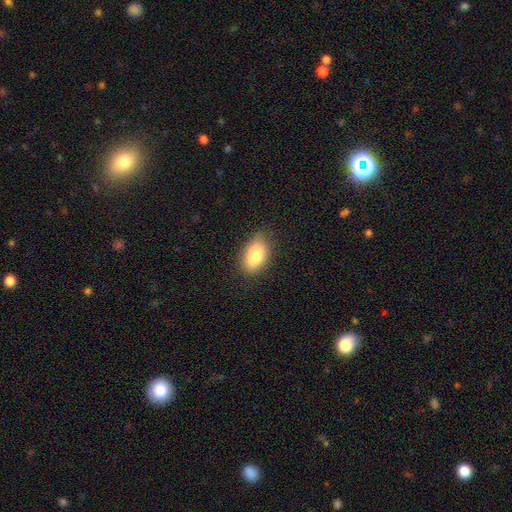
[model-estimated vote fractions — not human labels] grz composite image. It shows a smooth galaxy with no disk features (80%) that is in between round and cigar-shaped (89%). Merging: none (77%).